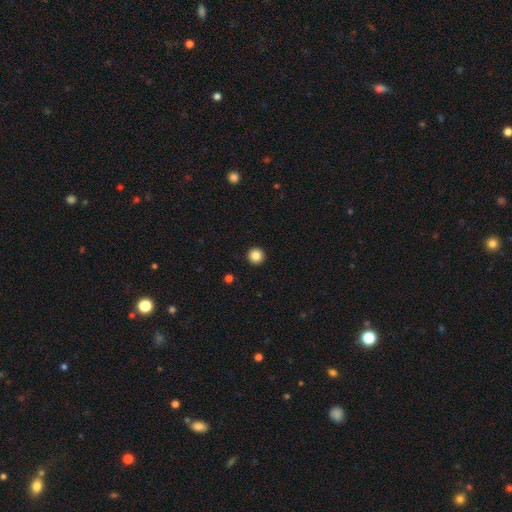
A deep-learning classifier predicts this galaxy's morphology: The model was most divided on "smooth or featured": smooth: 85%, star or artifact: 10%, featured or disk: 4%. More confident: how rounded — round (96%); merging — none (94%).